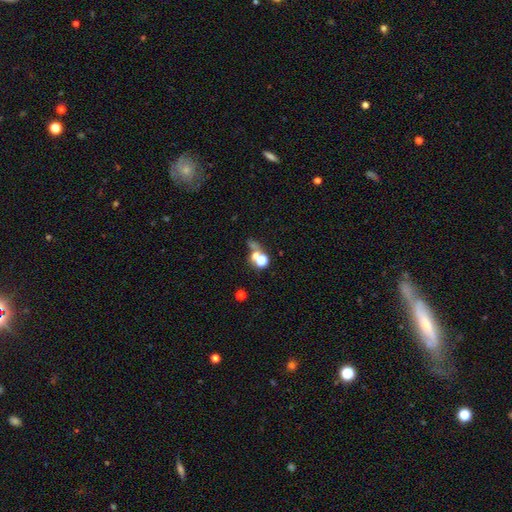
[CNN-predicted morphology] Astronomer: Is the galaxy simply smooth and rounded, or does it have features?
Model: smooth — 48% (runner-up: star or artifact, 35%).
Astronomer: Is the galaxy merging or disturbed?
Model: none — 42% (runner-up: merger, 39%).